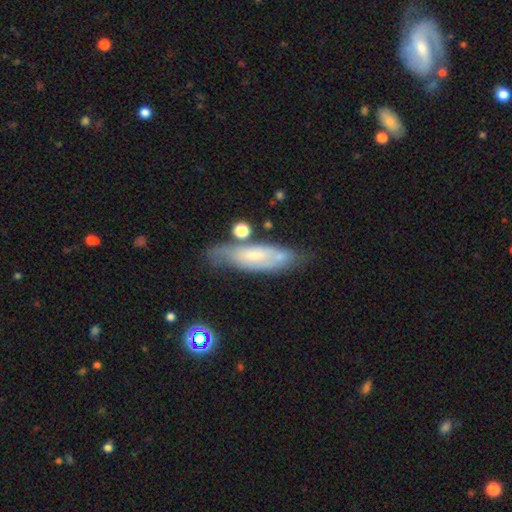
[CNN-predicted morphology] Smooth or featured? Predicted: featured or disk (p=0.56). Edge-on disk? Predicted: no (p=0.70). Merging? Predicted: none (p=0.58).